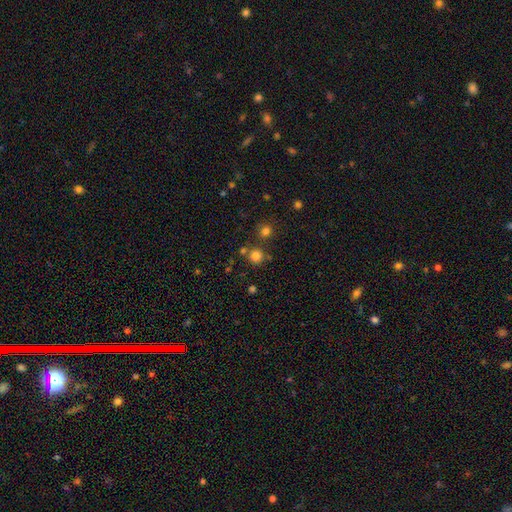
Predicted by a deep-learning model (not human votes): smooth_or_featured: smooth (p=0.78) [alt: star or artifact p=0.16]
how_rounded: round (p=0.92) [alt: in between p=0.07]
merging: none (p=0.76) [alt: merger p=0.13]